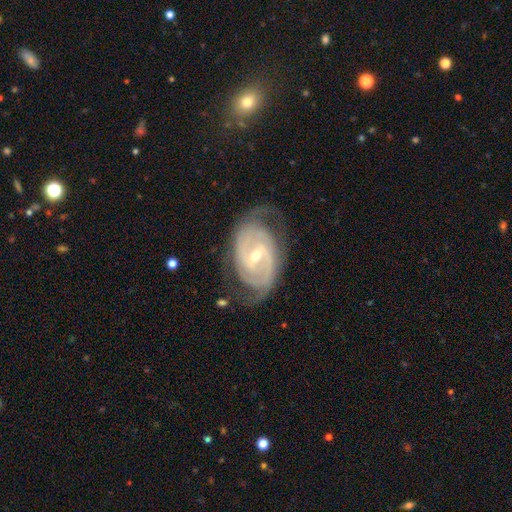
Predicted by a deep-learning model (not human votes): featured or disk 89%, smooth 6%, star or artifact 5%. Down the decision tree: edge-on disk — no (96%); bar — weak (48%); spiral arms — yes (97%); spiral arm count — 2 (73%); spiral winding — tight (56%); bulge size — moderate (49%); merging — none (71%).